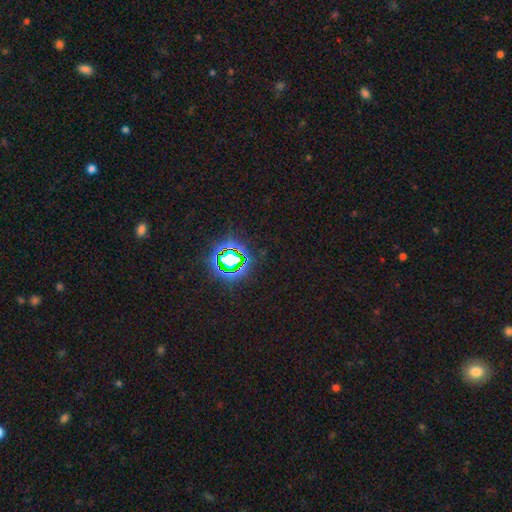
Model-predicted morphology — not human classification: smooth-or-featured: star or artifact: 80% | smooth: 13% | featured or disk: 7%